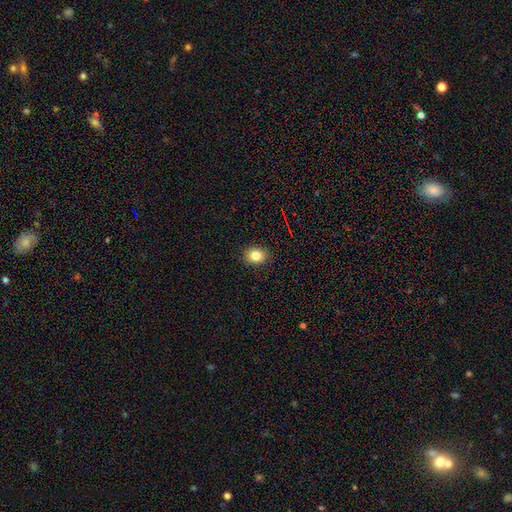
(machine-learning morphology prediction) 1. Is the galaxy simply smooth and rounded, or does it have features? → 81% smooth, 11% star or artifact, 8% featured or disk.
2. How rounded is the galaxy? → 53% round, 46% in between, 1% cigar-shaped.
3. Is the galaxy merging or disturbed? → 91% none, 6% minor disturbance, 2% major disturbance, 1% merger.